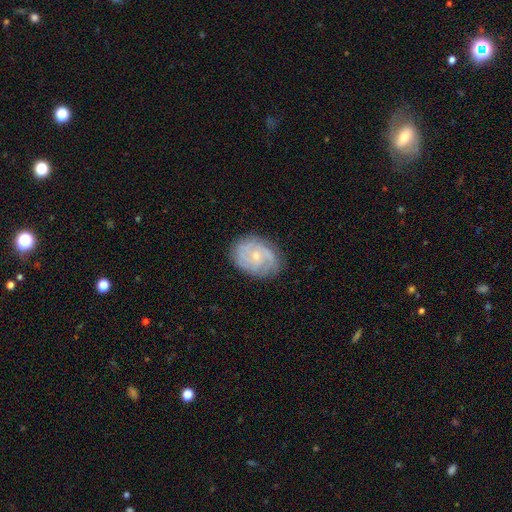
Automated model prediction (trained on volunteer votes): This is likely a featured or disk galaxy (78%). It is clearly not viewed edge-on (97%). Bar: likely no (71%). Spiral arm pattern: clearly yes (93%). Spiral arm count: marginally can't tell (33%). Spiral winding: likely tight (61%). Central bulge: likely small (70%). Merging: likely none (77%).